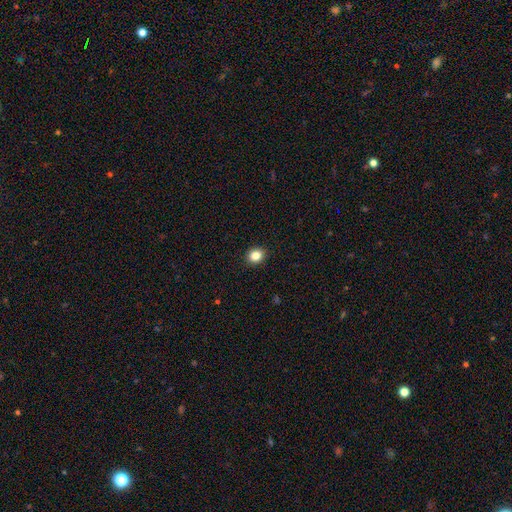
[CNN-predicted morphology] Overall: smooth (84%). How rounded: round (66%; in between 33%). Merging: none (92%).